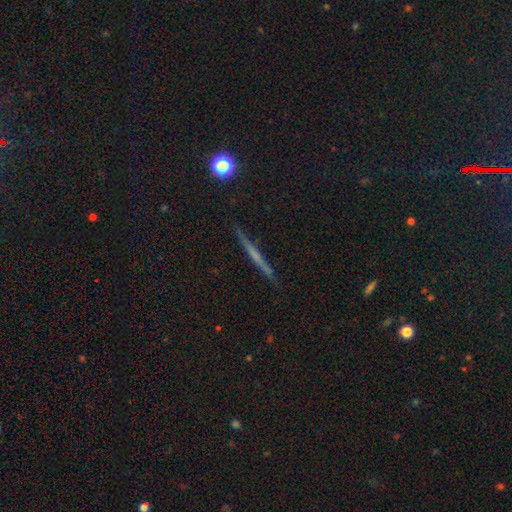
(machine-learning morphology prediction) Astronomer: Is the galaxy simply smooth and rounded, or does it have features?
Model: featured or disk — 59%.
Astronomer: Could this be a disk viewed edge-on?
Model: yes — 98%.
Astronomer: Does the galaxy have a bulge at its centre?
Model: none — 78%.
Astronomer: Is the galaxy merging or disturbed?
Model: none — 92%.